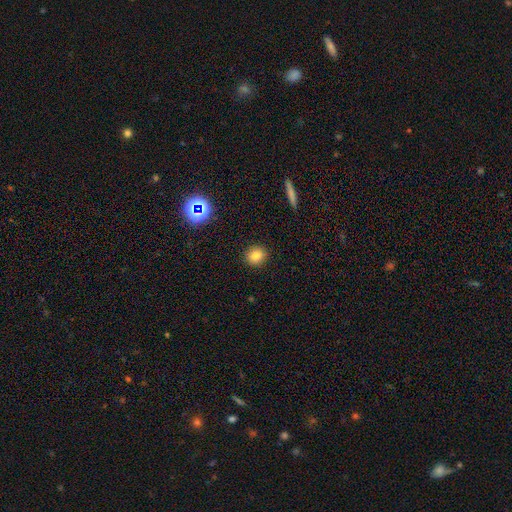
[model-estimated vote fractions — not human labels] This is clearly a smooth galaxy (82%). How rounded: clearly round (81%). Merging: clearly none (91%).